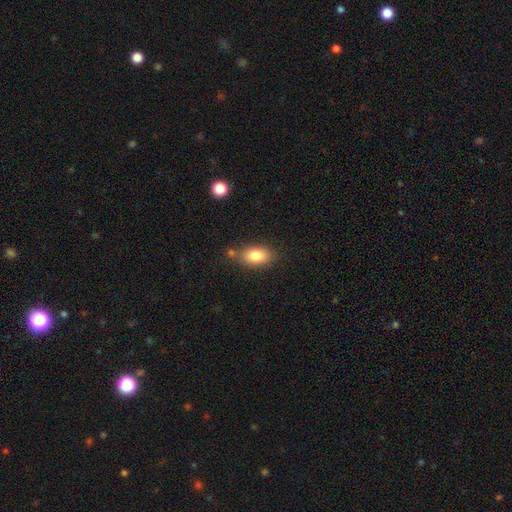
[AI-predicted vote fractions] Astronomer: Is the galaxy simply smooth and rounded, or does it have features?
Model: smooth — 83%.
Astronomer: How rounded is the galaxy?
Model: in between — 88%.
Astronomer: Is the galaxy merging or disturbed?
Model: none — 74%.